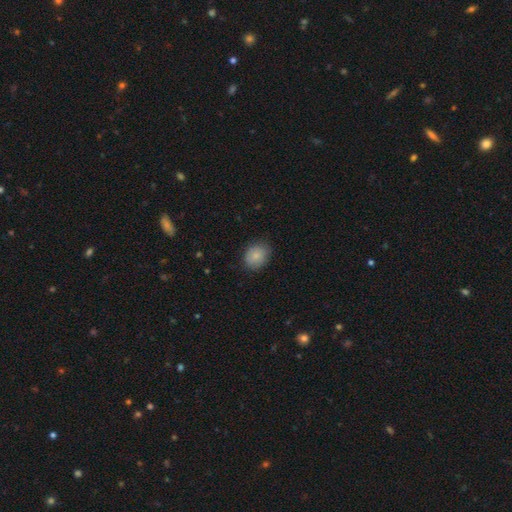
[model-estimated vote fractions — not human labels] Smooth or featured? Predicted: smooth (p=0.84). How rounded? Predicted: round (p=0.58). Merging? Predicted: none (p=0.79).